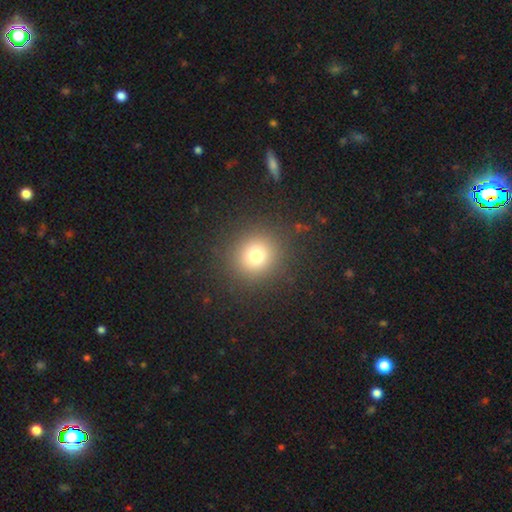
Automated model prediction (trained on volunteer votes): smooth_or_featured: smooth (p=0.74) [alt: star or artifact p=0.17]
how_rounded: round (p=0.92) [alt: in between p=0.07]
merging: none (p=0.89) [alt: minor disturbance p=0.06]